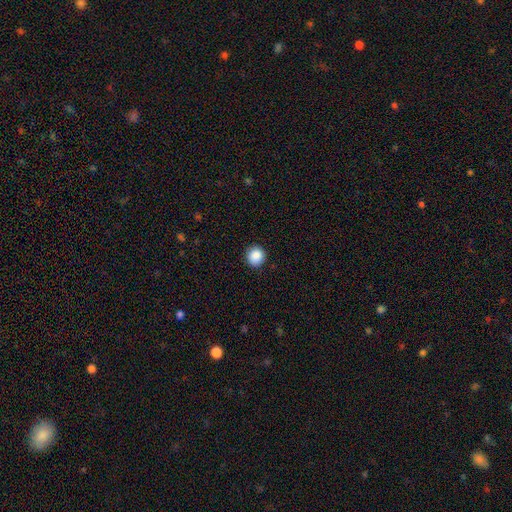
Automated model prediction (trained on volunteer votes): smooth-or-featured: smooth: 88% | star or artifact: 9% | featured or disk: 3%
  how-rounded: round: 93% | in between: 7% | cigar-shaped: 1%
  merging: none: 90% | minor disturbance: 7% | major disturbance: 2% | merger: 1%